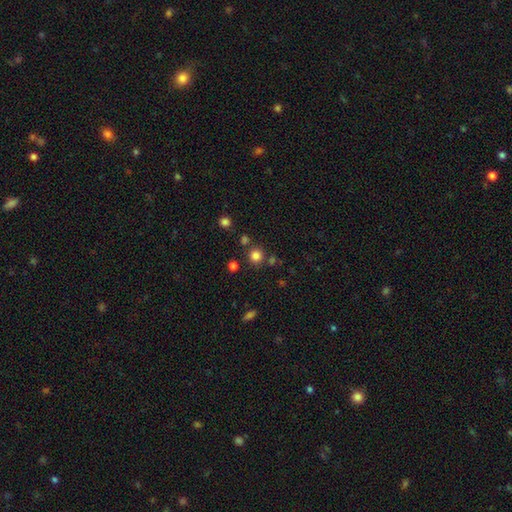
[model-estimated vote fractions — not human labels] Smooth or featured? Predicted: smooth (p=0.80). How rounded? Predicted: round (p=0.93). Merging? Predicted: none (p=0.81).